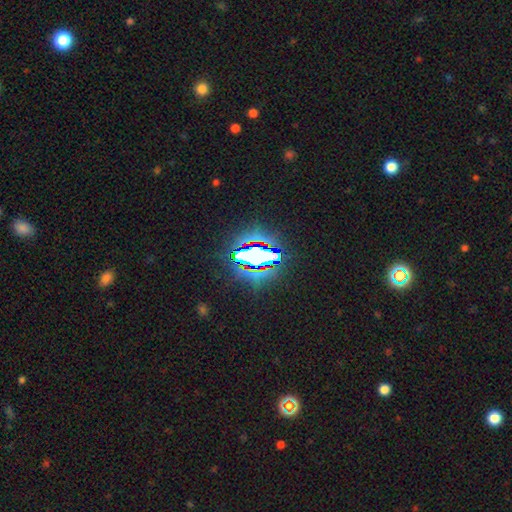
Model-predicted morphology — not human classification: This is likely a star or artifact rather than a galaxy (71%).